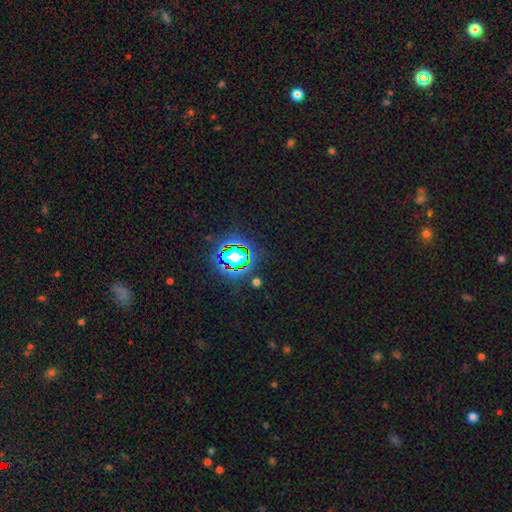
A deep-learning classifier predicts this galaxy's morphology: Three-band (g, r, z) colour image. It shows a star or artifact, not a galaxy (81%).